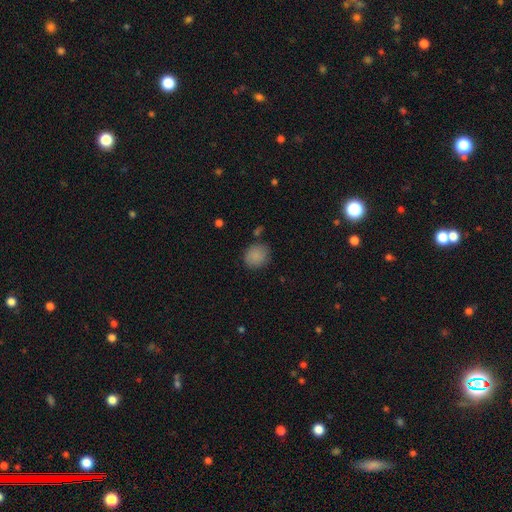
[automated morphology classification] smooth 87%, star or artifact 8%, featured or disk 5%. Down the decision tree: how rounded — round (74%); merging — none (79%).